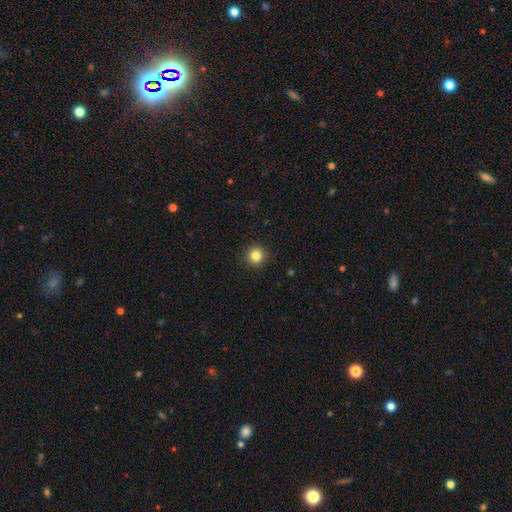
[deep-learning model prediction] smooth 84%, star or artifact 11%, featured or disk 4%. Down the decision tree: how rounded — round (95%); merging — none (92%).